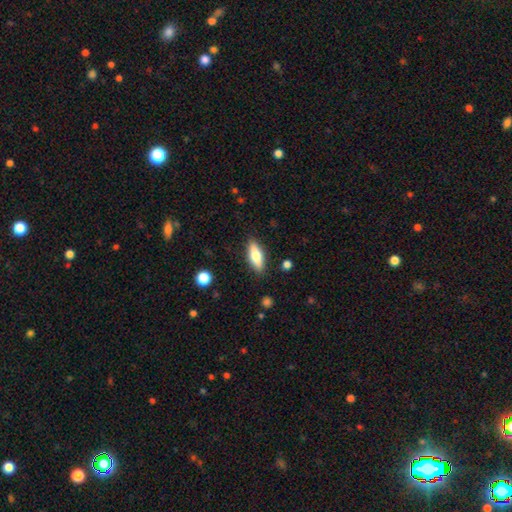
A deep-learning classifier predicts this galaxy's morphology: Smooth or featured? Predicted: smooth (p=0.61). How rounded? Predicted: in between (p=0.61). Merging? Predicted: none (p=0.87).